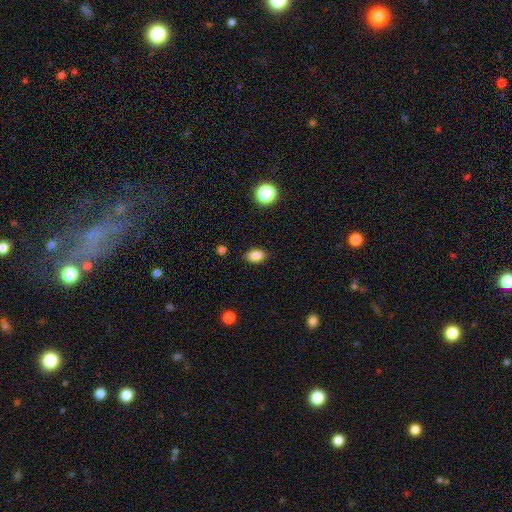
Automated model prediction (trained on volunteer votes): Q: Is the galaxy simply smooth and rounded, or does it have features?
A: smooth — 85%.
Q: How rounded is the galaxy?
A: in between — 80%.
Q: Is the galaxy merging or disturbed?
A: none — 85%.